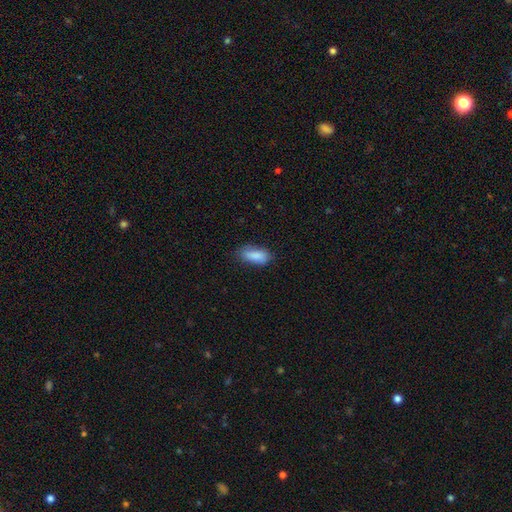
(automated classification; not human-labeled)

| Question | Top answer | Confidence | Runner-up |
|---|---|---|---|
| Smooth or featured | smooth | 86% | star or artifact (7%) |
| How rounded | in between | 82% | cigar-shaped (15%) |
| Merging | none | 69% | minor disturbance (24%) |